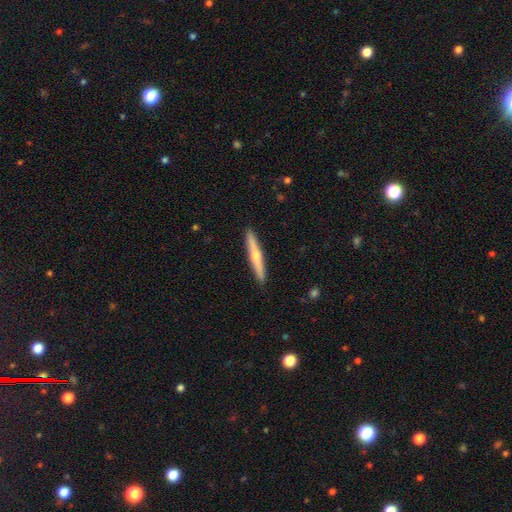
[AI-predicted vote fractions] featured or disk 55%, smooth 40%, star or artifact 5%. Down the decision tree: edge-on disk — yes (96%); edge-on bulge — rounded (86%); merging — none (92%).